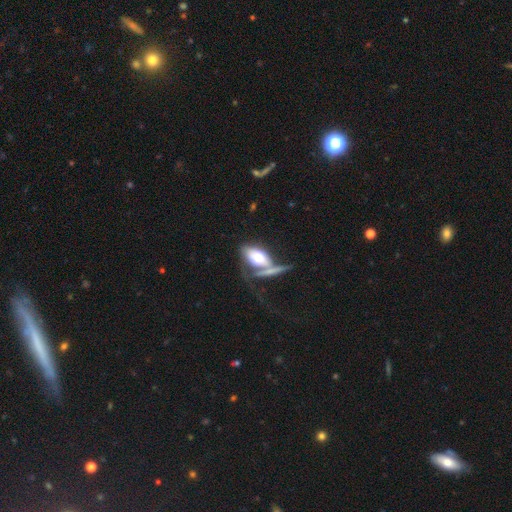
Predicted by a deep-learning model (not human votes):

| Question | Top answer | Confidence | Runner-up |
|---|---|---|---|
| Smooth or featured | smooth | 48% | featured or disk (39%) |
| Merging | none | 34% | merger (30%) |